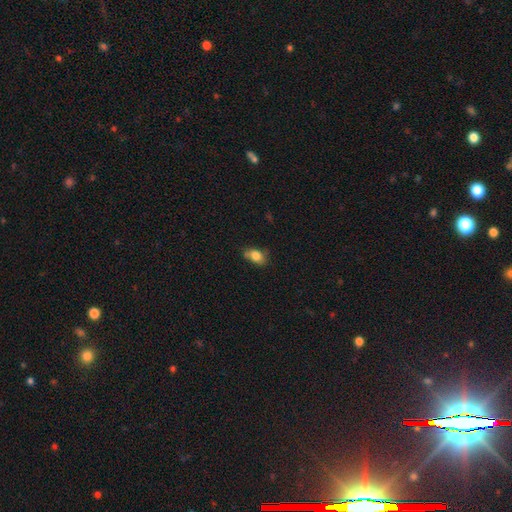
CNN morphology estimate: Smooth or featured: smooth — 80% (featured or disk — 11%)
How rounded: in between — 82% (round — 15%)
Merging: none — 59% (minor disturbance — 30%)